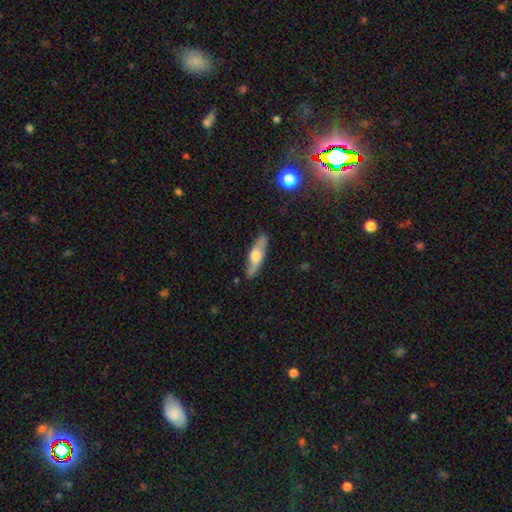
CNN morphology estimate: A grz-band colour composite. It shows a featured or disk galaxy (48%). Merging: none (84%).